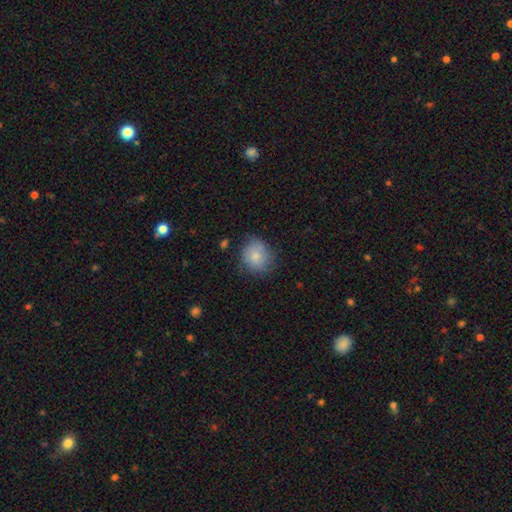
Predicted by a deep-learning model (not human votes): smooth-or-featured: smooth: 78% | featured or disk: 15% | star or artifact: 7%
  how-rounded: round: 80% | in between: 19% | cigar-shaped: 1%
  merging: none: 70% | minor disturbance: 23% | major disturbance: 6% | merger: 2%